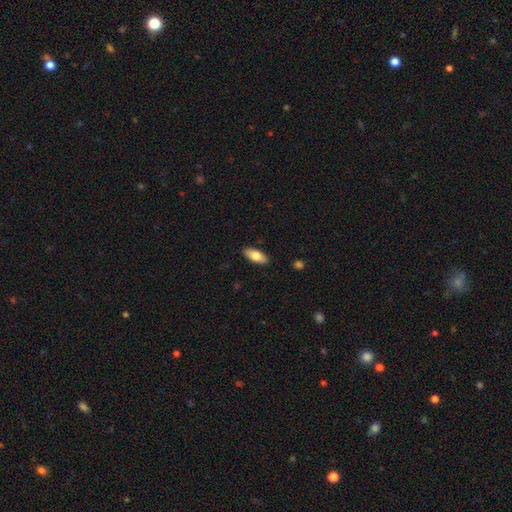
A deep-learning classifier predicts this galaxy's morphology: A smooth galaxy with no disk features (76%) that is in between round and cigar-shaped (82%).

Vote fractions:
- Smooth or featured? smooth: 76% / featured or disk: 18% / star or artifact: 6%
- How rounded? in between: 82% / cigar-shaped: 16% / round: 2%
- Merging? none: 89% / minor disturbance: 8% / major disturbance: 2% / merger: 1%